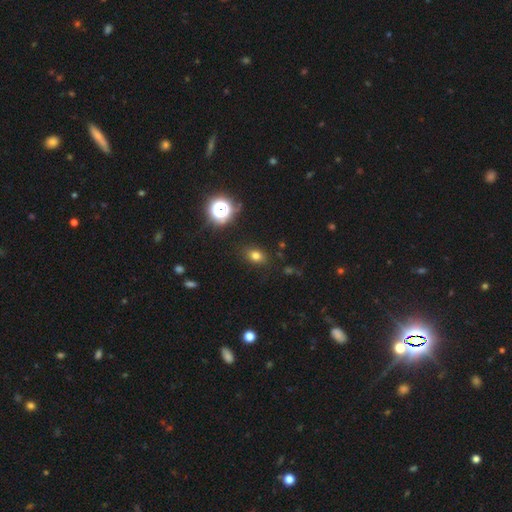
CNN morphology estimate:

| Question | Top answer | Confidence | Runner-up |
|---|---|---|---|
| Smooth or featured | smooth | 72% | star or artifact (20%) |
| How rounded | in between | 67% | round (32%) |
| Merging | none | 86% | minor disturbance (10%) |